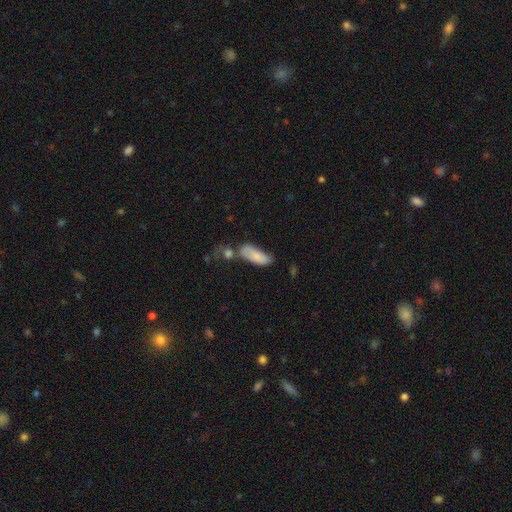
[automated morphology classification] A smooth galaxy with no disk features (79%) that is in between round and cigar-shaped (76%). Merging: none (41%).